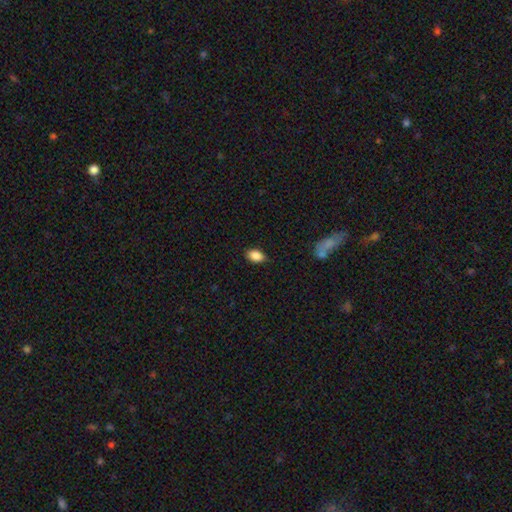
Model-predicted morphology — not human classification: smooth_or_featured: smooth (p=0.88) [alt: star or artifact p=0.08]
how_rounded: in between (p=0.88) [alt: round p=0.11]
merging: none (p=0.83) [alt: minor disturbance p=0.13]